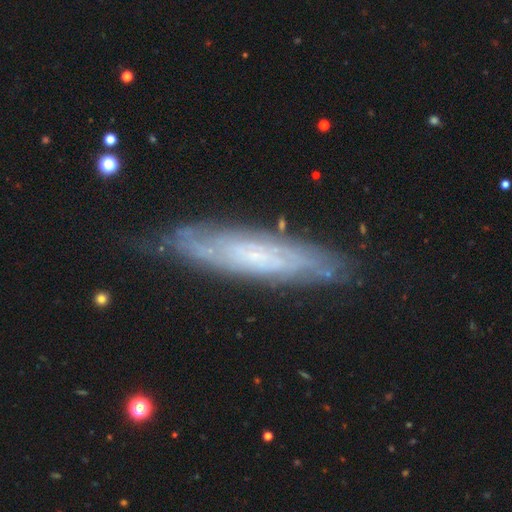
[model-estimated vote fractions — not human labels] This appears to be a featured or disk galaxy (69%). Merging: none (76%).